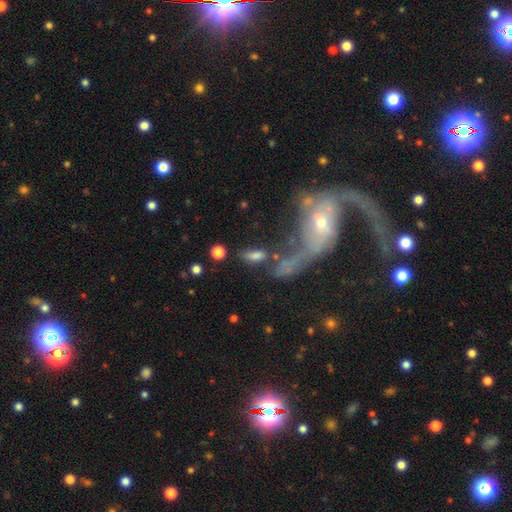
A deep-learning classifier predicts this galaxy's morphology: This appears to be a smooth galaxy with no disk features (70%) that is in between round and cigar-shaped (71%). Merging: none (53%).